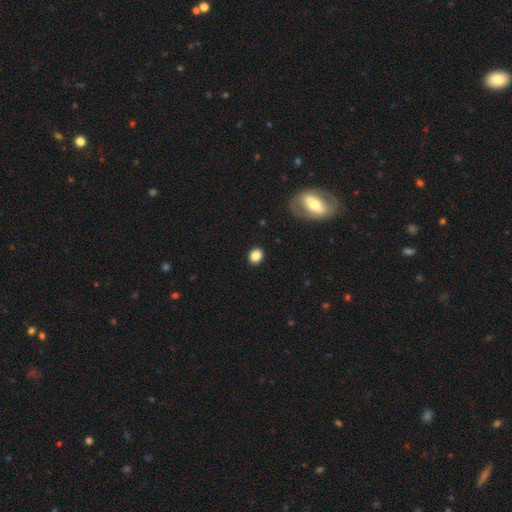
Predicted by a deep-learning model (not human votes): smooth_or_featured: smooth (p=0.86) [alt: star or artifact p=0.10]
how_rounded: round (p=0.65) [alt: in between p=0.33]
merging: none (p=0.91) [alt: minor disturbance p=0.06]